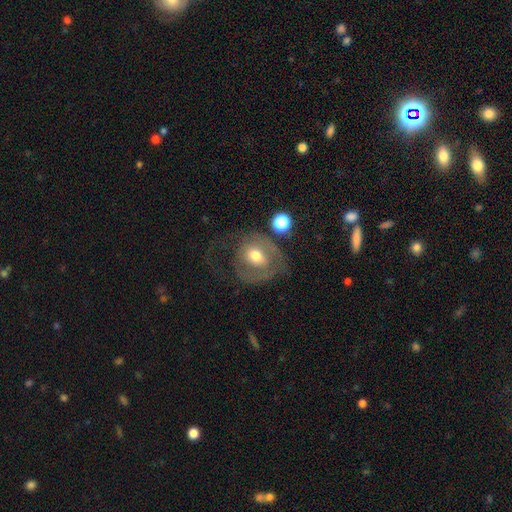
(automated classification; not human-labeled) This appears to be a featured or disk galaxy (52%). Merging: major disturbance (42%).